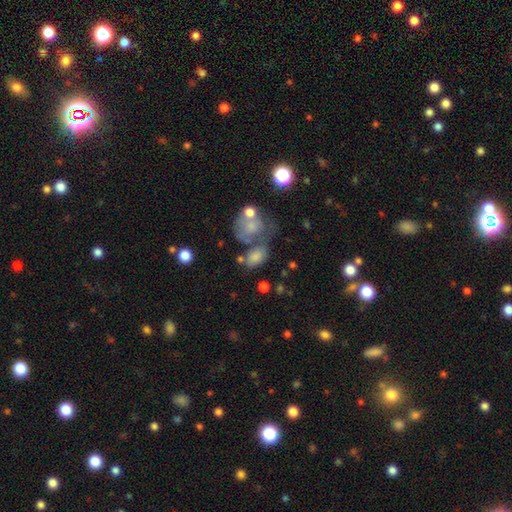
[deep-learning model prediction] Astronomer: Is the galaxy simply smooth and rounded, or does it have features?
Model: smooth — 71%.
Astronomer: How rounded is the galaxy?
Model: in between — 76%.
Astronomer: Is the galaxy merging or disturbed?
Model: merger — 35% (runner-up: none, 30%).